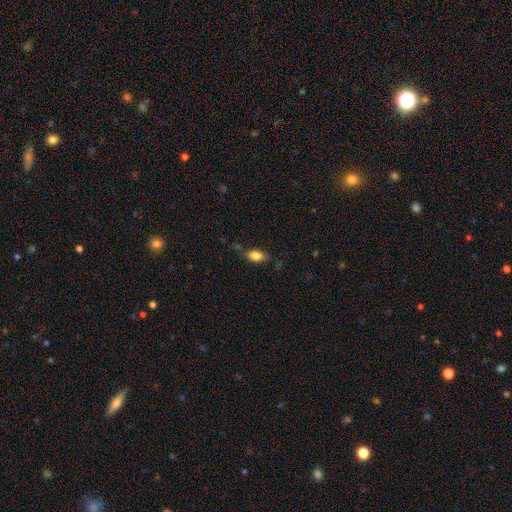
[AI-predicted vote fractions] Overall: smooth (81%). How rounded: in between (86%). Merging: none (69%).